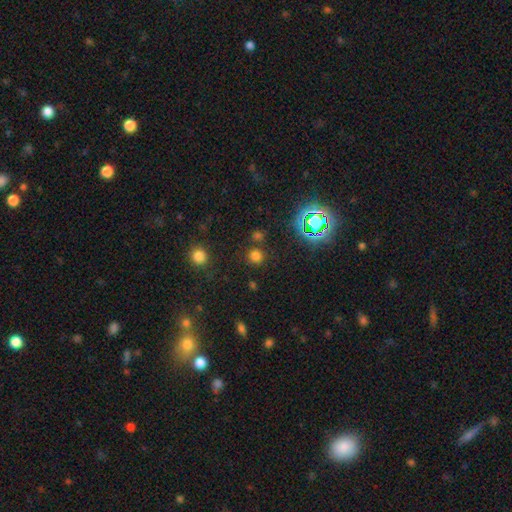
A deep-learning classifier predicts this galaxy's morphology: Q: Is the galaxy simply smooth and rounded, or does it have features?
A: smooth — 69%.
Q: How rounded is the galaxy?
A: round — 91%.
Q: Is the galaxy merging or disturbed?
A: none — 82%.